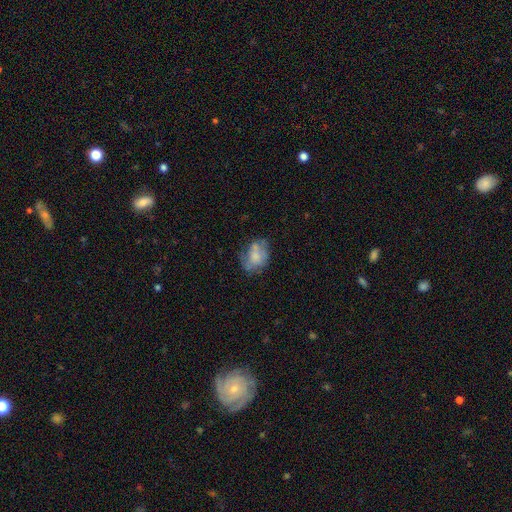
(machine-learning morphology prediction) The model was most divided on "merging": none: 47%, minor disturbance: 28%, major disturbance: 17%, merger: 7%. More confident: how rounded — in between (66%); smooth or featured — smooth (57%).